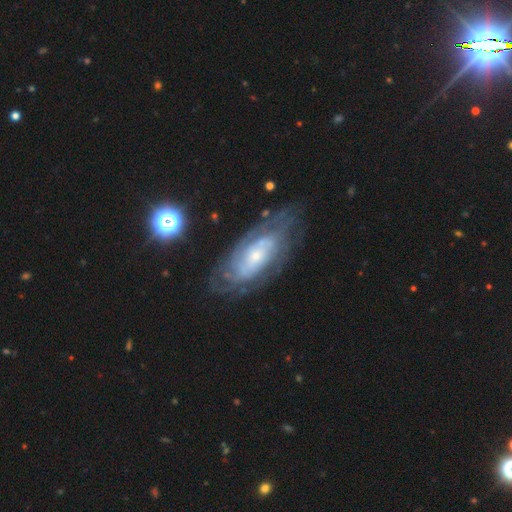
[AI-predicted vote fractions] Smooth or featured? Predicted: featured or disk (p=0.79). Edge-on disk? Predicted: no (p=0.91). Bar? Predicted: no (p=0.71). Spiral arms? Predicted: yes (p=0.89). Spiral winding? Predicted: tight (p=0.67). Spiral arm count? Predicted: can't tell (p=0.57). Bulge size? Predicted: small (p=0.66). Merging? Predicted: none (p=0.70).